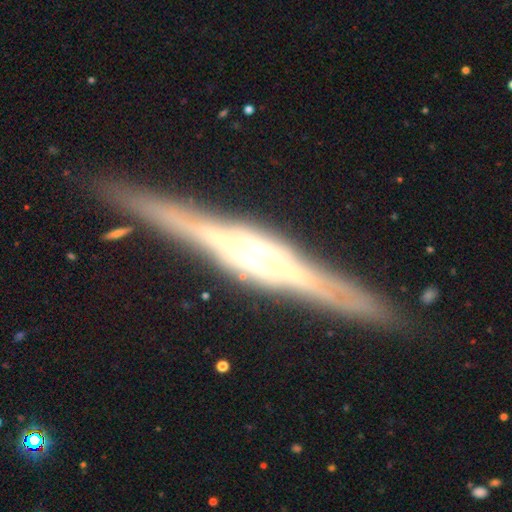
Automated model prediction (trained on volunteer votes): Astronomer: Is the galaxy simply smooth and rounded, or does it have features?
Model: featured or disk — 86%.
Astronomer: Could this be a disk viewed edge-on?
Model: yes — 97%.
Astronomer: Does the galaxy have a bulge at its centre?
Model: rounded — 68%.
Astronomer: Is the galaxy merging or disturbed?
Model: none — 89%.